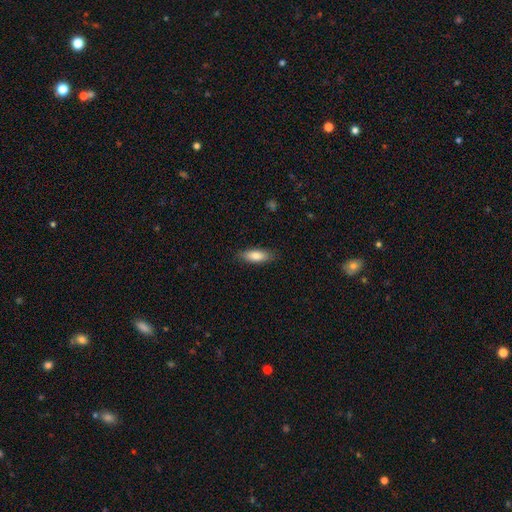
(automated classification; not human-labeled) Smooth or featured: smooth — 82% (featured or disk — 12%)
How rounded: in between — 60% (cigar-shaped — 38%)
Merging: none — 86% (minor disturbance — 11%)